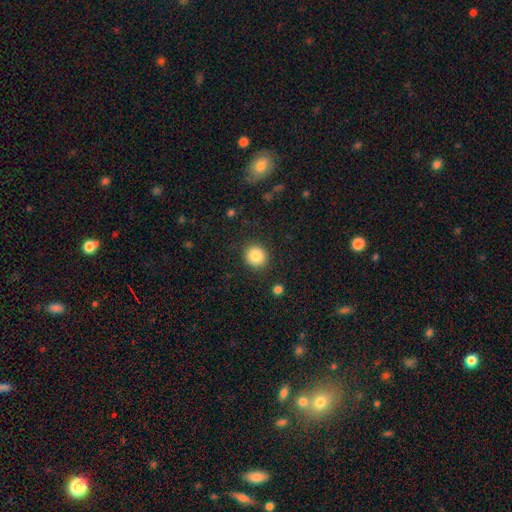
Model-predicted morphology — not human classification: smooth_or_featured: smooth (p=0.85) [alt: star or artifact p=0.10]
how_rounded: round (p=0.89) [alt: in between p=0.10]
merging: none (p=0.90) [alt: minor disturbance p=0.07]